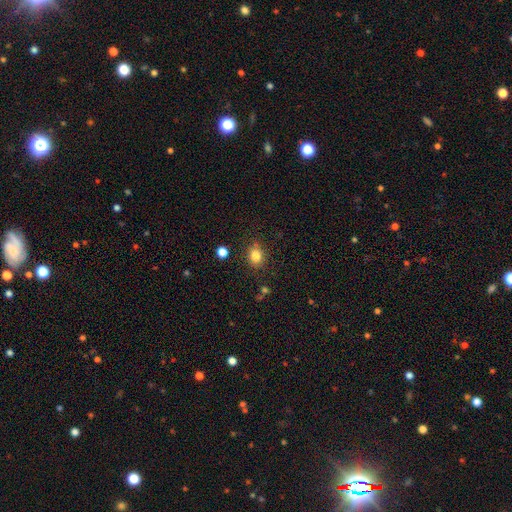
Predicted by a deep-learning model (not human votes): Smooth or featured: smooth — 82% (star or artifact — 11%)
How rounded: round — 55% (in between — 44%)
Merging: none — 80% (minor disturbance — 13%)